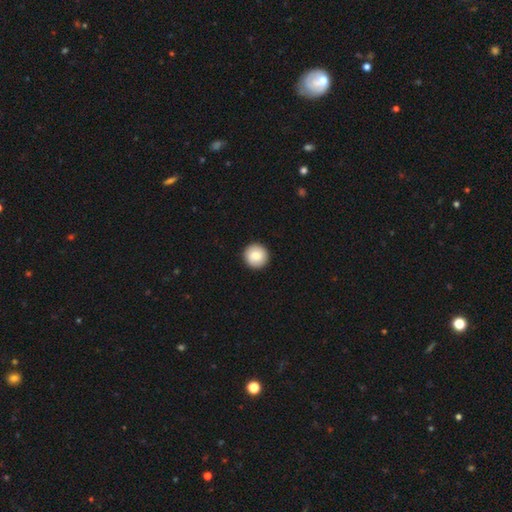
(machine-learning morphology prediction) Smooth or featured?
  - smooth: 85% *
  - featured or disk: 8%
  - star or artifact: 7%
How rounded?
  - round: 96% *
  - in between: 3%
  - cigar-shaped: 1%
Merging?
  - none: 93% *
  - minor disturbance: 4%
  - major disturbance: 1%
  - merger: 1%